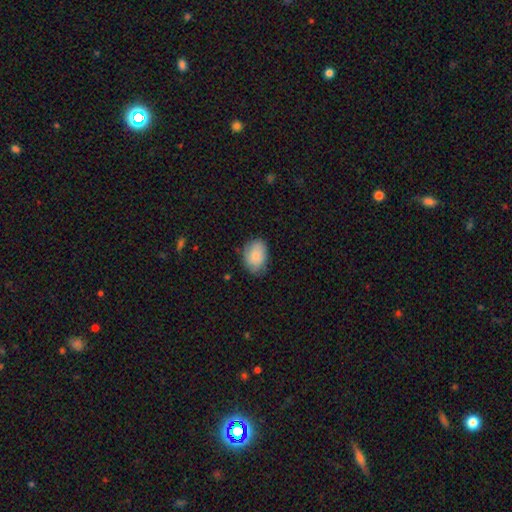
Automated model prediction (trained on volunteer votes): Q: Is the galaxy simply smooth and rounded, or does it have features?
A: smooth — 84%.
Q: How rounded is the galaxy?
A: in between — 78%.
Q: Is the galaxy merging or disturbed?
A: none — 75%.